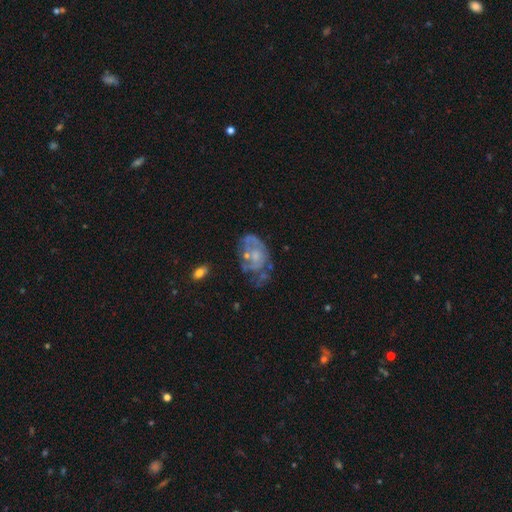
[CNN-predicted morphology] Smooth or featured?
  - featured or disk: 67% *
  - smooth: 24%
  - star or artifact: 9%
Edge-on disk?
  - no: 97% *
  - yes: 3%
Bar?
  - no: 82% *
  - weak: 15%
  - strong: 2%
Spiral arms?
  - no: 51% *
  - yes: 49%
Bulge size?
  - small: 40% *
  - moderate: 30%
  - none: 25%
  - large: 3%
  - dominant: 1%
Merging?
  - none: 39% *
  - minor disturbance: 27%
  - major disturbance: 26%
  - merger: 8%